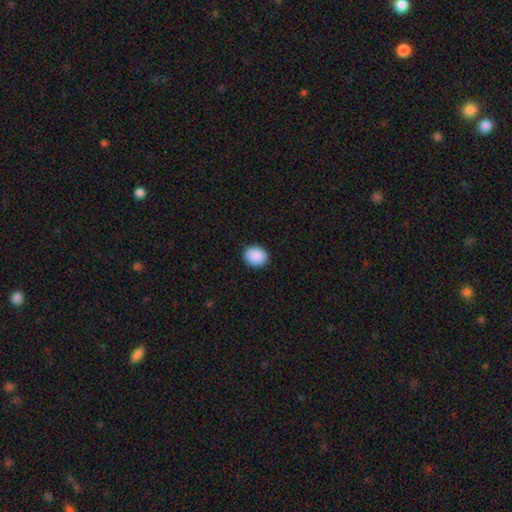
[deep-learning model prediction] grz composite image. It shows a smooth galaxy with no disk features (90%) that is round (58%). Merging: none (90%).